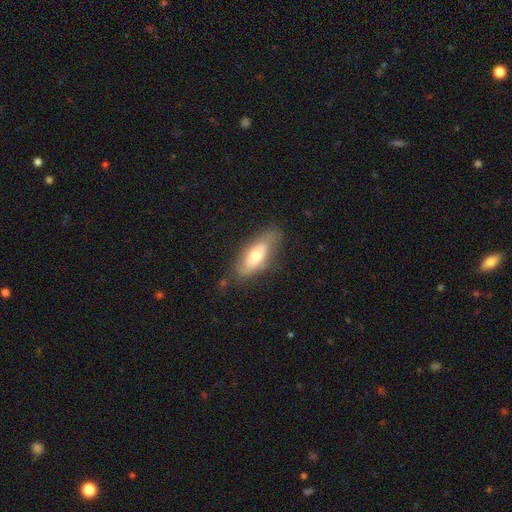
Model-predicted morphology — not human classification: Q: Smooth or featured?
A: smooth (59%); runner-up: featured or disk (35%)
Q: How rounded?
A: in between (71%); runner-up: cigar-shaped (26%)
Q: Merging?
A: none (70%); runner-up: minor disturbance (22%)